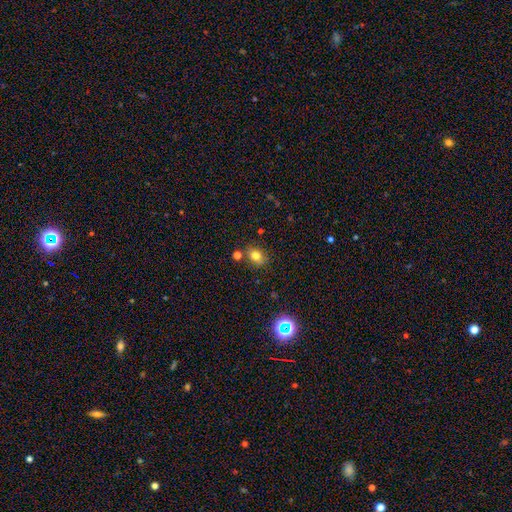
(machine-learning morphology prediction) This appears to be a smooth galaxy with no disk features (76%) that is round (51%). Merging: none (76%).